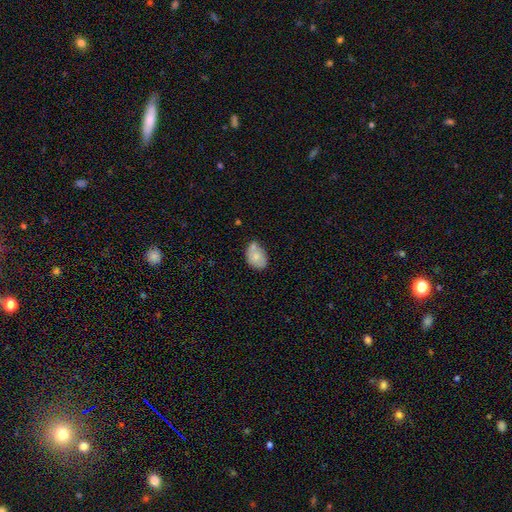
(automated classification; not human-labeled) This appears to be a smooth galaxy with no disk features (72%) that is in between round and cigar-shaped (79%). Merging: none (44%).